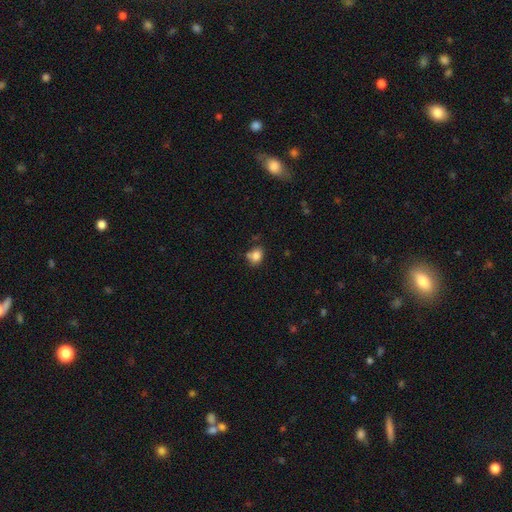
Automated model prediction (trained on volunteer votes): smooth-or-featured: smooth: 83% | star or artifact: 11% | featured or disk: 7%
  how-rounded: round: 53% | in between: 46% | cigar-shaped: 1%
  merging: none: 63% | minor disturbance: 21% | merger: 10% | major disturbance: 5%